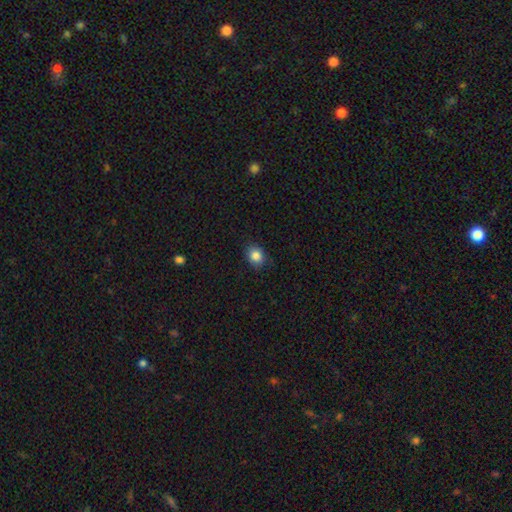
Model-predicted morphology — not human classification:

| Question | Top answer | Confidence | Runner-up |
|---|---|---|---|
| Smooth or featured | smooth | 86% | star or artifact (10%) |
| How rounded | round | 56% | in between (43%) |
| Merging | none | 86% | minor disturbance (11%) |